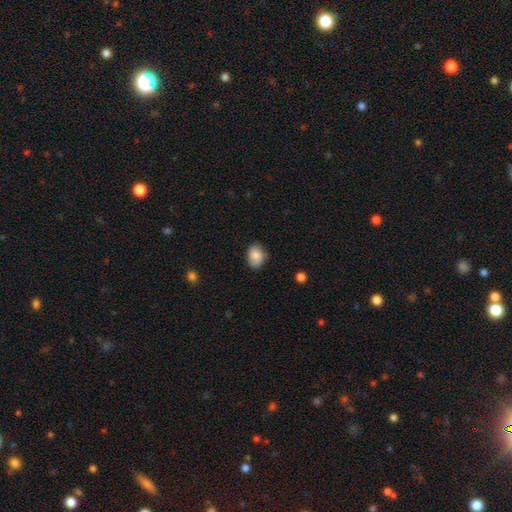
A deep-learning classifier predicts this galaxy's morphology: smooth 83%, featured or disk 10%, star or artifact 7%. Down the decision tree: how rounded — in between (72%); merging — none (78%).